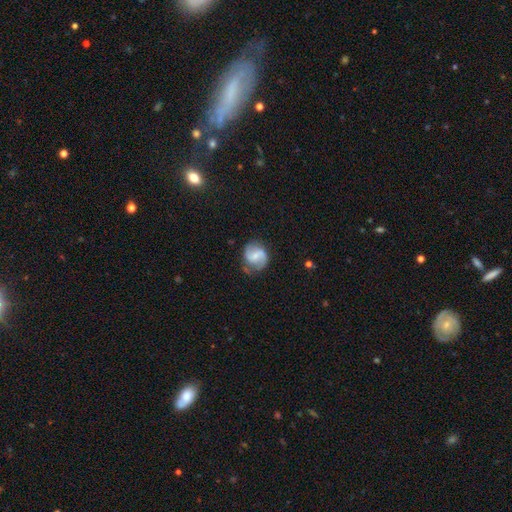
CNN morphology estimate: Smooth or featured?
  - featured or disk: 75% *
  - smooth: 19%
  - star or artifact: 6%
Edge-on disk?
  - no: 98% *
  - yes: 2%
Bar?
  - weak: 51% *
  - no: 29%
  - strong: 20%
Spiral arms?
  - yes: 94% *
  - no: 6%
Spiral winding?
  - medium: 47% *
  - loose: 36%
  - tight: 17%
Spiral arm count?
  - 2: 90% *
  - can't tell: 4%
  - 1: 3%
  - 3: 1%
  - 4: 1%
  - more than 4: 1%
Bulge size?
  - small: 49% *
  - moderate: 31%
  - none: 16%
  - large: 3%
  - dominant: 1%
Merging?
  - none: 75% *
  - minor disturbance: 17%
  - major disturbance: 6%
  - merger: 2%